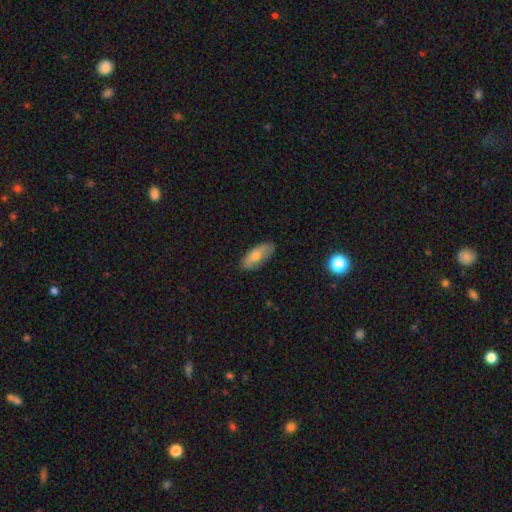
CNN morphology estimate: Overall: smooth (69%). How rounded: in between (85%). Merging: none (81%).